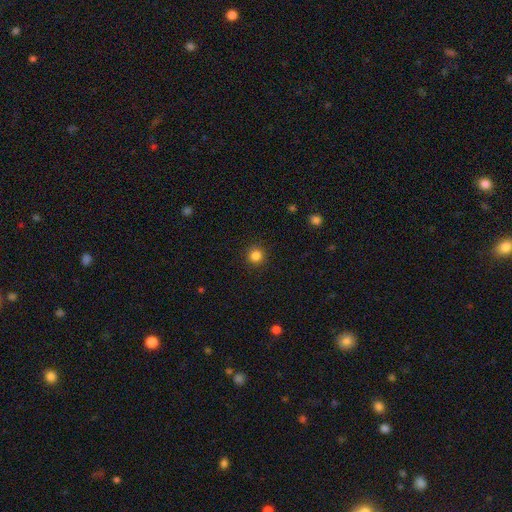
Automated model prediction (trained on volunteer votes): Overall: smooth (84%). How rounded: round (93%). Merging: none (91%).